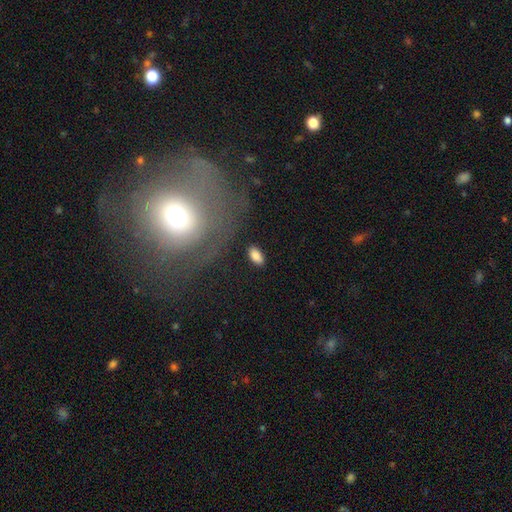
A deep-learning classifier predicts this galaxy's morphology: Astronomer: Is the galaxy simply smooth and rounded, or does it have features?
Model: smooth — 85%.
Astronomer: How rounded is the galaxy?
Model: in between — 93%.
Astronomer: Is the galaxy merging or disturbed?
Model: none — 86%.